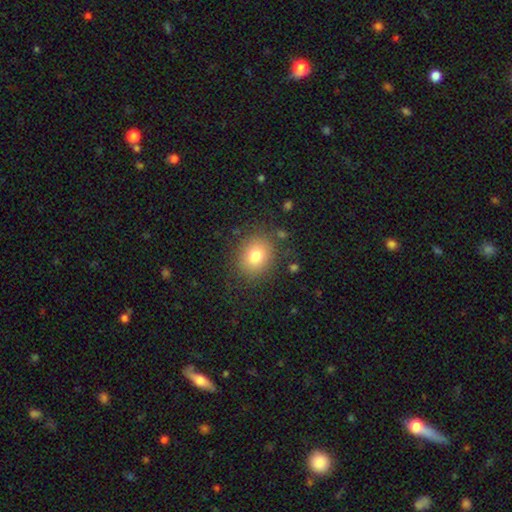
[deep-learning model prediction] Smooth or featured?
  - smooth: 79% *
  - star or artifact: 11%
  - featured or disk: 11%
How rounded?
  - round: 62% *
  - in between: 37%
  - cigar-shaped: 1%
Merging?
  - none: 82% *
  - minor disturbance: 11%
  - major disturbance: 5%
  - merger: 2%